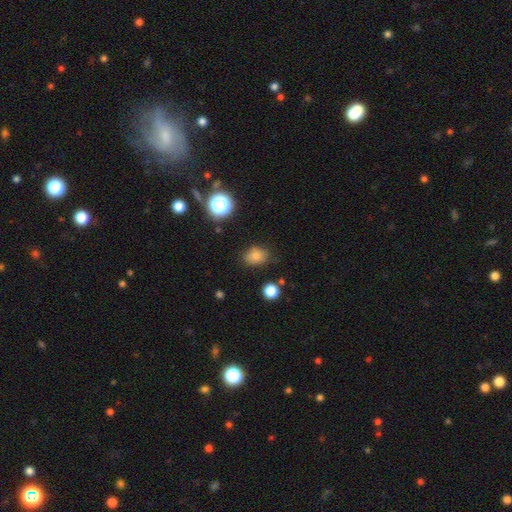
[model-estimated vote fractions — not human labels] Smooth or featured? smooth (79%)
How rounded? in between (58%)
Merging? none (80%)